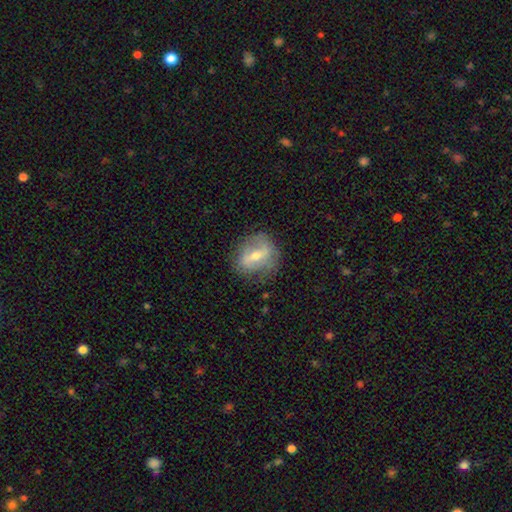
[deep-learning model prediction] Q: Smooth or featured?
A: featured or disk (60%); runner-up: smooth (32%)
Q: Edge-on disk?
A: no (90%); runner-up: yes (10%)
Q: Bar?
A: strong (48%); runner-up: weak (37%)
Q: Spiral arms?
A: no (56%); runner-up: yes (44%)
Q: Bulge size?
A: moderate (60%); runner-up: small (34%)
Q: Merging?
A: none (71%); runner-up: minor disturbance (20%)